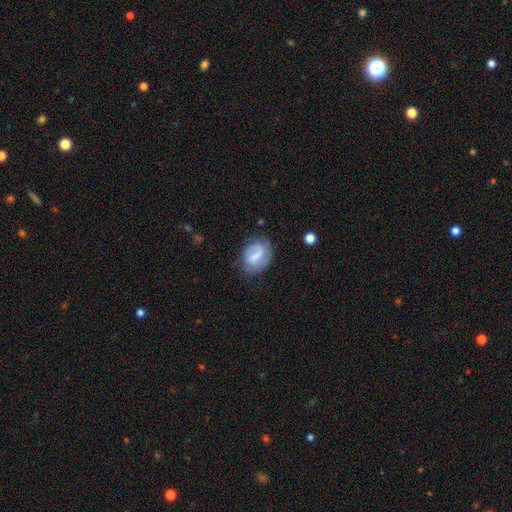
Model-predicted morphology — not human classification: This is possibly a smooth galaxy (48%). Merging: likely none (61%).